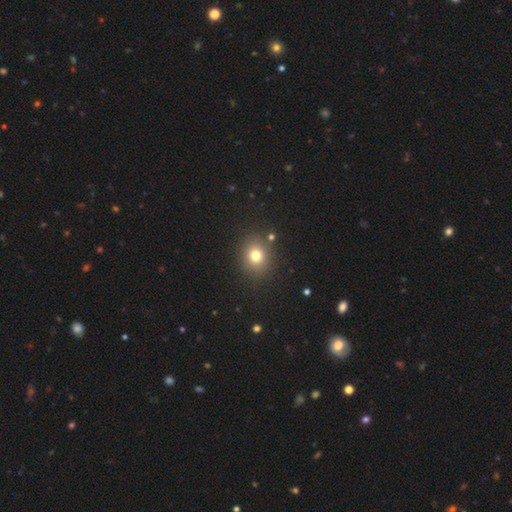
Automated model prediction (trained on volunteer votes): A smooth galaxy with no disk features (76%) that is round (71%).

Vote fractions:
- Smooth or featured? smooth: 76% / star or artifact: 16% / featured or disk: 9%
- How rounded? round: 71% / in between: 28% / cigar-shaped: 1%
- Merging? none: 86% / minor disturbance: 8% / merger: 3% / major disturbance: 3%